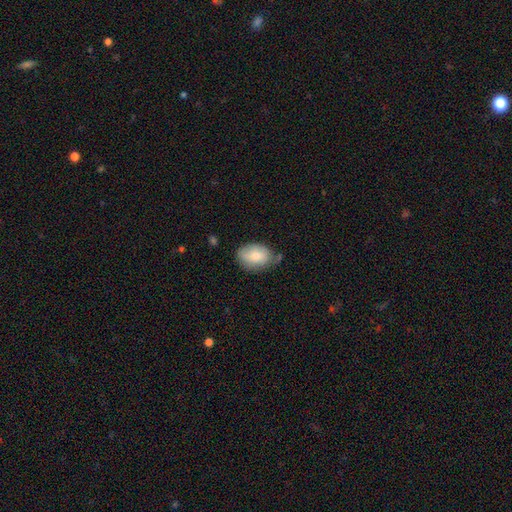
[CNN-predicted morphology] A smooth galaxy with no disk features (76%) that is in between round and cigar-shaped (83%). Merging: none (60%).